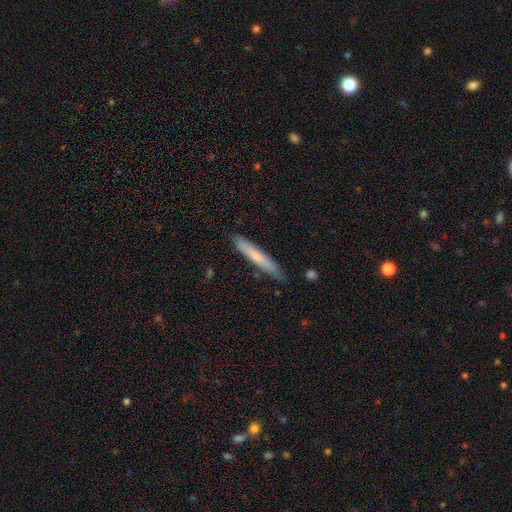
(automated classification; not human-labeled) Overall: smooth (65%; featured or disk 29%). How rounded: cigar-shaped (94%). Merging: none (84%).